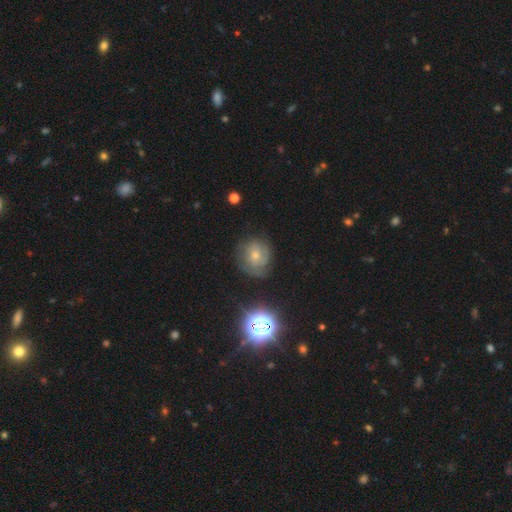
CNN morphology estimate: The model was most divided on "smooth or featured" (2-way tie): featured or disk: 43%, smooth: 43%, star or artifact: 14%. More confident: merging — none (66%).